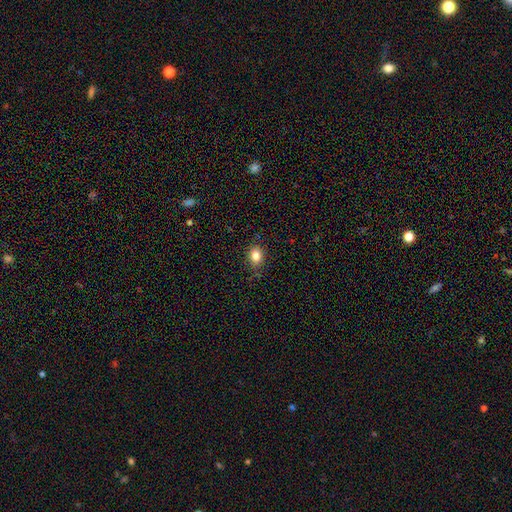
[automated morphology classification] This is clearly a smooth galaxy (84%). How rounded: likely in between (61%). Merging: clearly none (84%).